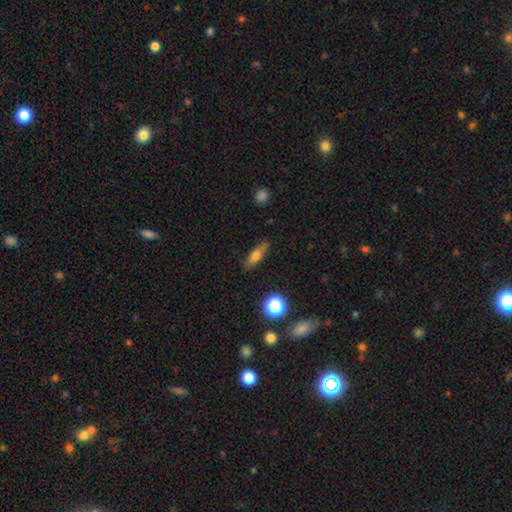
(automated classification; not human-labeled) Overall: smooth (56%; featured or disk 35%). How rounded: cigar-shaped (57%; in between 36%). Merging: none (84%).